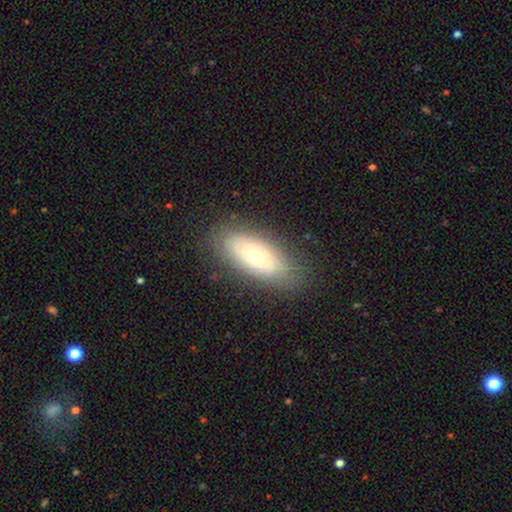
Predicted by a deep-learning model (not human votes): Morphology: type=smooth (49%); merging=none (80%).